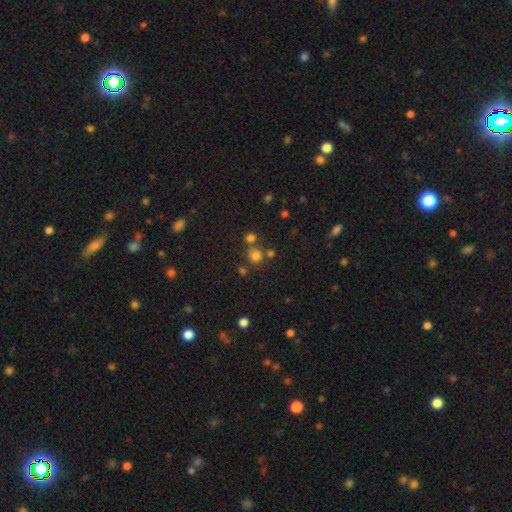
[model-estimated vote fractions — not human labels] This appears to be a smooth galaxy with no disk features (71%) that is round (85%). Merging: none (65%).